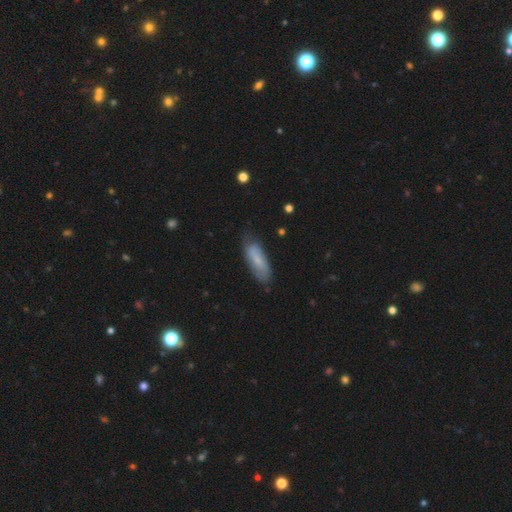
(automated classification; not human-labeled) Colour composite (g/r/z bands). It shows a smooth galaxy with no disk features (64%) that is in between round and cigar-shaped (55%). Merging: none (73%).